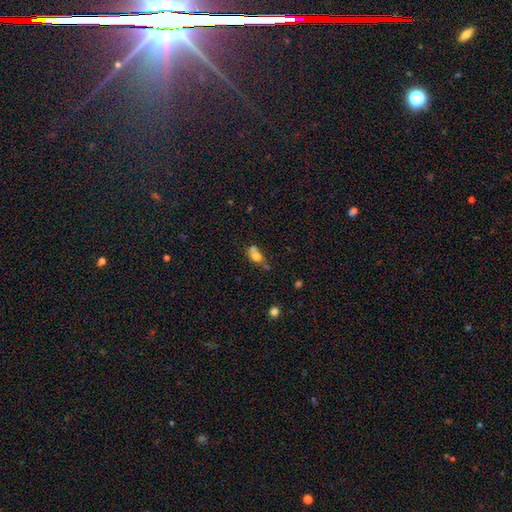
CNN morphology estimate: The model was most divided on "merging": merger: 46%, none: 31%, minor disturbance: 15%, major disturbance: 7%. More confident: smooth or featured — smooth (70%); how rounded — in between (61%).